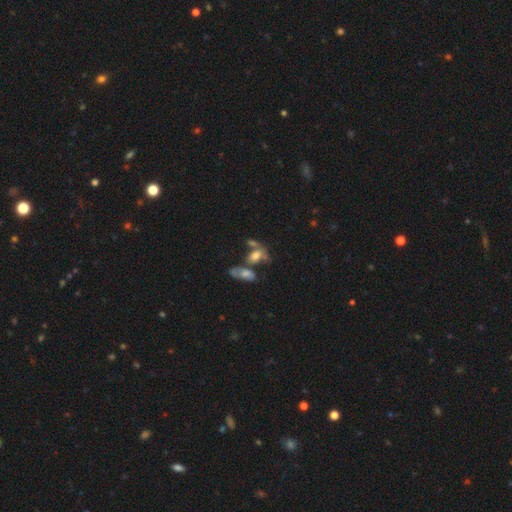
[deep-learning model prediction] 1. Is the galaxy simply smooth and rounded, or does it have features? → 53% smooth, 31% featured or disk, 16% star or artifact.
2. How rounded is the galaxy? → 81% in between, 14% round, 6% cigar-shaped.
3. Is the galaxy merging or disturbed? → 44% merger, 28% none, 15% minor disturbance, 13% major disturbance.